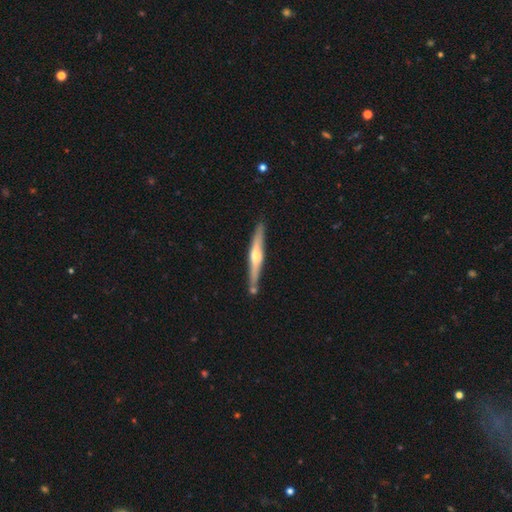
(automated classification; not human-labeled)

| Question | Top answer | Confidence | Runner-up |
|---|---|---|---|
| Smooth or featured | featured or disk | 68% | smooth (27%) |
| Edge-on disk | yes | 96% | no (4%) |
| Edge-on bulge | rounded | 89% | none (7%) |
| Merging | none | 81% | minor disturbance (10%) |